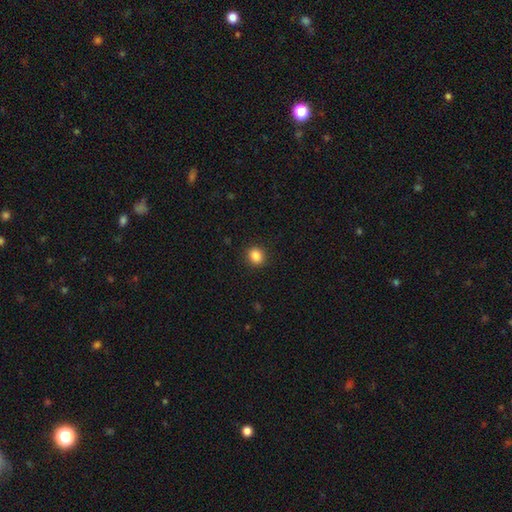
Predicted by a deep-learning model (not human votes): Smooth or featured? Predicted: smooth (p=0.86). How rounded? Predicted: round (p=0.71). Merging? Predicted: none (p=0.90).